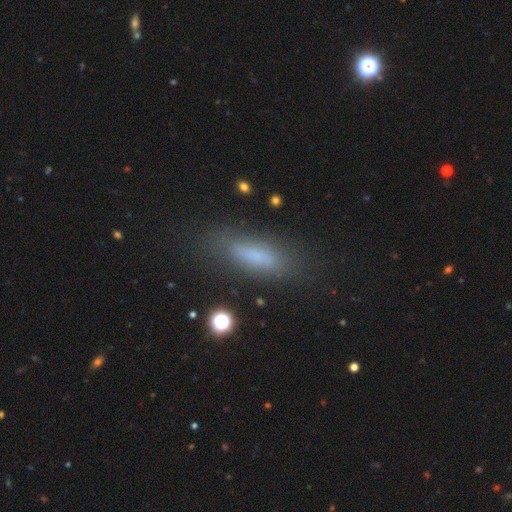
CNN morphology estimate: This appears to be a smooth galaxy with no disk features (66%) that is cigar-shaped (56%). Merging: none (78%).